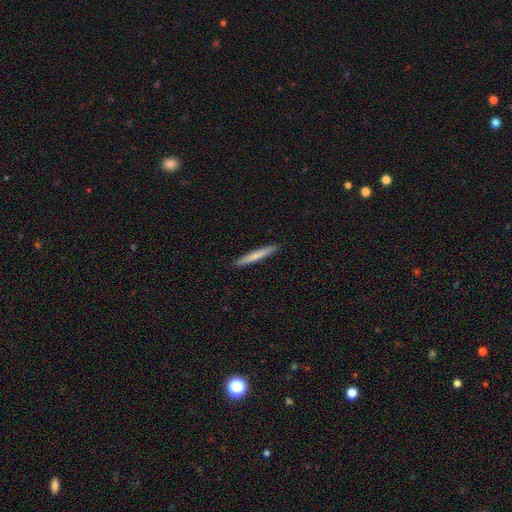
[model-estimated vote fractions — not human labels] Smooth or featured?
  - smooth: 72% *
  - featured or disk: 22%
  - star or artifact: 5%
How rounded?
  - cigar-shaped: 96% *
  - in between: 3%
  - round: 1%
Merging?
  - none: 92% *
  - minor disturbance: 5%
  - major disturbance: 1%
  - merger: 1%